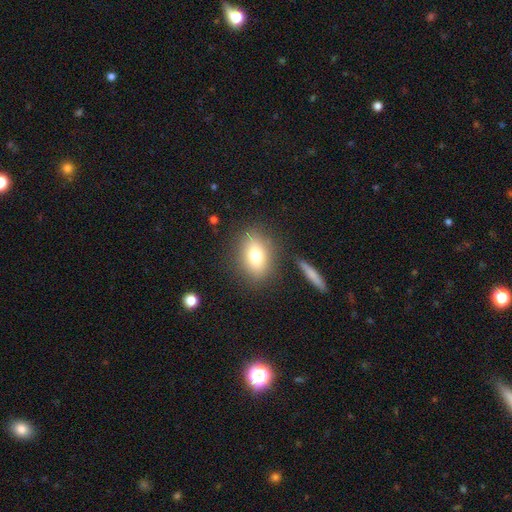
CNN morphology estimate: Smooth or featured?
  - smooth: 73% *
  - featured or disk: 17%
  - star or artifact: 10%
How rounded?
  - in between: 71% *
  - round: 25%
  - cigar-shaped: 4%
Merging?
  - none: 80% *
  - minor disturbance: 11%
  - major disturbance: 5%
  - merger: 4%